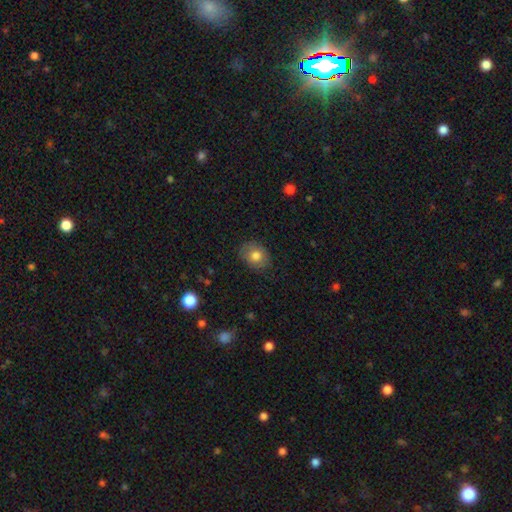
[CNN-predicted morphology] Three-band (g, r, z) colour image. It shows a smooth galaxy with no disk features (77%) that is in between round and cigar-shaped (52%). Merging: none (82%).